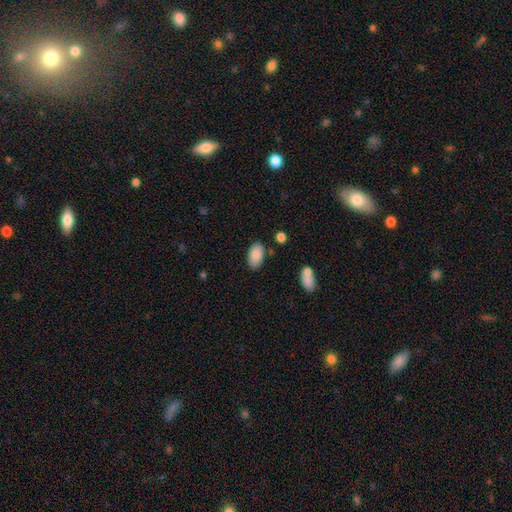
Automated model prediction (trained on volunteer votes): smooth_or_featured: smooth (p=0.87) [alt: featured or disk p=0.07]
how_rounded: in between (p=0.95) [alt: round p=0.04]
merging: none (p=0.82) [alt: minor disturbance p=0.12]